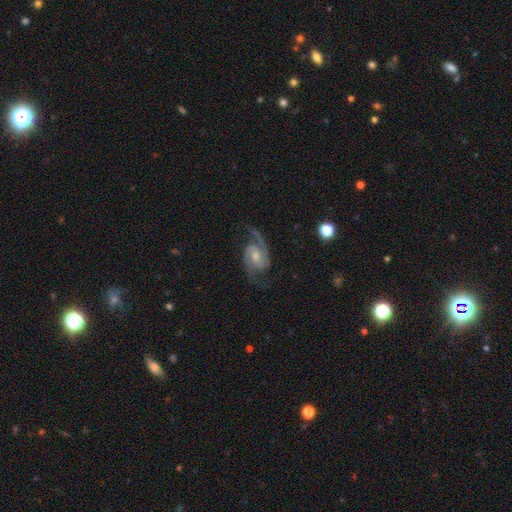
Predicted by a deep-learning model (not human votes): smooth-or-featured: featured or disk: 90% | smooth: 5% | star or artifact: 5%
  disk-edge-on: no: 98% | yes: 2%
    bar: no: 47% | weak: 43% | strong: 10%
    has-spiral-arms: yes: 98% | no: 2%
      spiral-winding: medium: 56% | loose: 25% | tight: 19%
      spiral-arm-count: 2: 91% | 1: 2% | can't tell: 2% | 3: 2% | 4: 1% | more than 4: 1%
    bulge-size: moderate: 52% | small: 34% | none: 6% | large: 6% | dominant: 1%
  merging: none: 74% | minor disturbance: 16% | major disturbance: 9% | merger: 2%